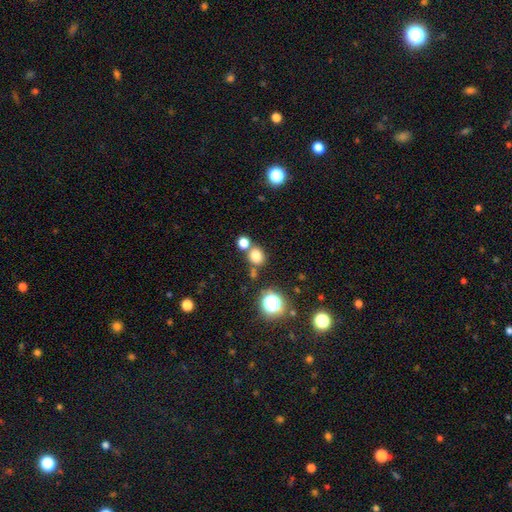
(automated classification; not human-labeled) smooth 76%, star or artifact 18%, featured or disk 7%. Down the decision tree: how rounded — round (73%); merging — none (67%).